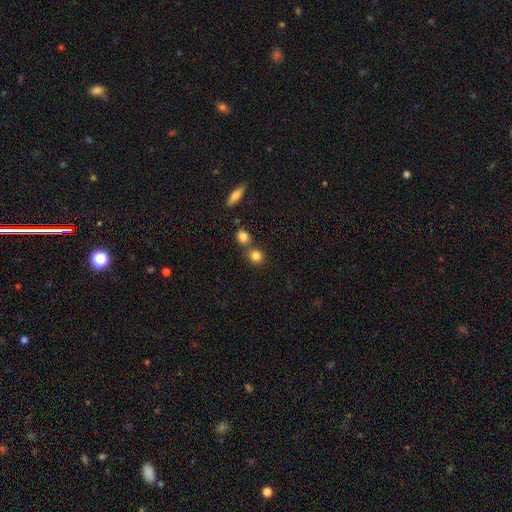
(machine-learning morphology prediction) Smooth or featured?
  - smooth: 82% *
  - star or artifact: 11%
  - featured or disk: 7%
How rounded?
  - round: 85% *
  - in between: 14%
  - cigar-shaped: 1%
Merging?
  - none: 60% *
  - merger: 29%
  - minor disturbance: 8%
  - major disturbance: 3%